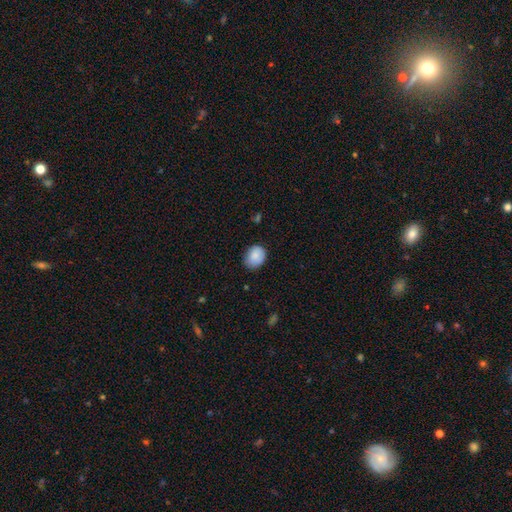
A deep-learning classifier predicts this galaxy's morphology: This appears to be a smooth galaxy with no disk features (87%) that is round (50%). Merging: none (74%).